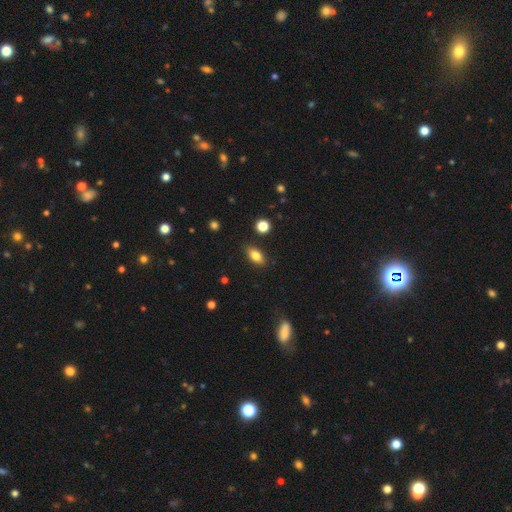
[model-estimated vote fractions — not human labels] This is likely a smooth galaxy (80%). How rounded: clearly in between (85%). Merging: clearly none (86%).